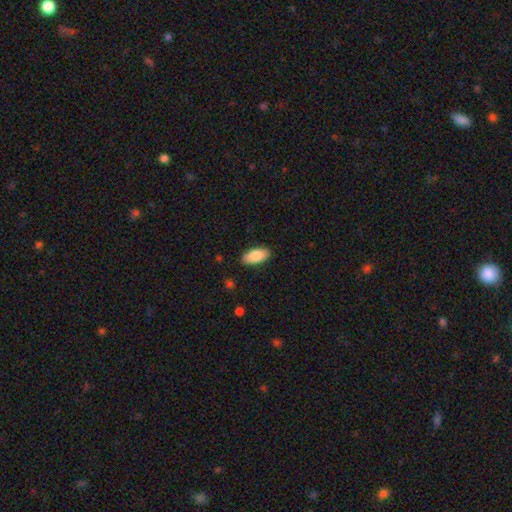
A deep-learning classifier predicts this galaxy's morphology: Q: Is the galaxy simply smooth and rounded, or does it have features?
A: smooth — 87%.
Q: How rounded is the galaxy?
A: in between — 91%.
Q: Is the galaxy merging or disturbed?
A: none — 88%.